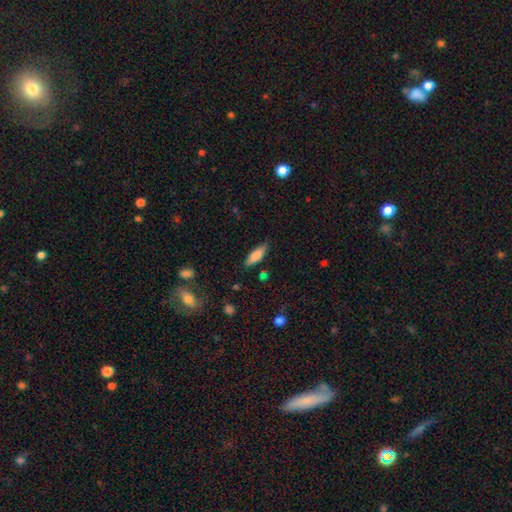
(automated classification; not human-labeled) smooth_or_featured: smooth (p=0.80) [alt: featured or disk p=0.13]
how_rounded: in between (p=0.54) [alt: cigar-shaped p=0.45]
merging: none (p=0.80) [alt: minor disturbance p=0.15]